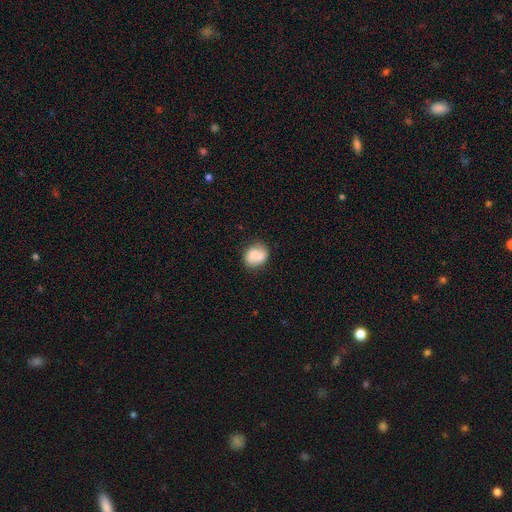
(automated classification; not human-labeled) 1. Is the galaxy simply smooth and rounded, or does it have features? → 70% smooth, 22% featured or disk, 9% star or artifact.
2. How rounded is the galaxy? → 61% round, 38% in between, 1% cigar-shaped.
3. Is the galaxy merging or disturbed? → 72% none, 20% minor disturbance, 6% major disturbance, 3% merger.